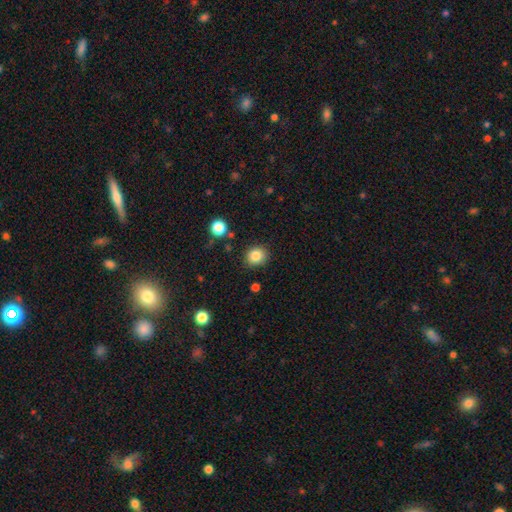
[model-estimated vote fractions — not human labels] Overall: smooth (85%). How rounded: round (79%). Merging: none (87%).